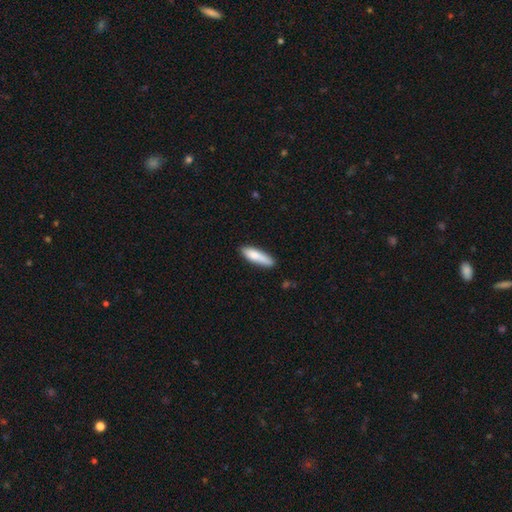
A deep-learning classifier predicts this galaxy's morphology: Smooth or featured? smooth (81%)
How rounded? cigar-shaped (67%)
Merging? none (76%)